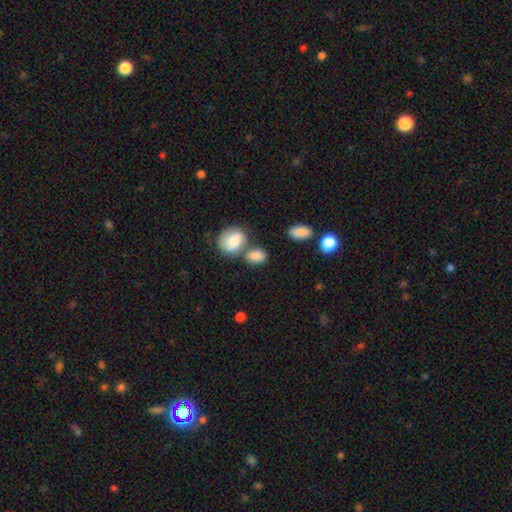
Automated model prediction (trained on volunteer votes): Smooth or featured? smooth (83%)
How rounded? in between (68%)
Merging? none (47%)